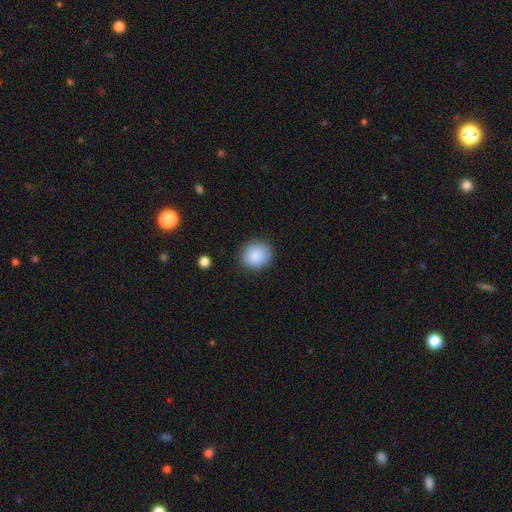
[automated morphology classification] This is clearly a smooth galaxy (88%). How rounded: clearly round (84%). Merging: clearly none (88%).